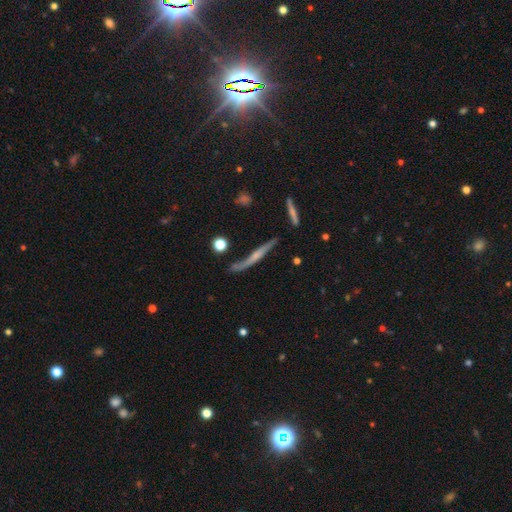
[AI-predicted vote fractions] smooth_or_featured: featured or disk (p=0.65) [alt: smooth p=0.27]
disk_edge_on: yes (p=0.80) [alt: no p=0.20]
edge_on_bulge: none (p=0.45) [tied with: rounded p=0.45]
merging: none (p=0.61) [alt: minor disturbance p=0.24]